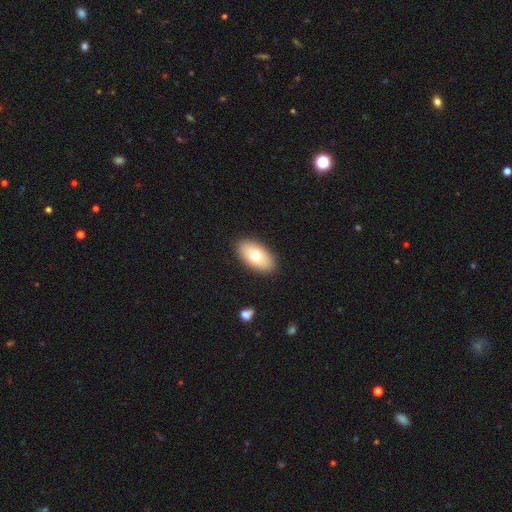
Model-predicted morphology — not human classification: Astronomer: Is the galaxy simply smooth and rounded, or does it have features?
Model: smooth — 70%.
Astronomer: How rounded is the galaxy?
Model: in between — 94%.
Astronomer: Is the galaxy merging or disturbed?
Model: none — 89%.